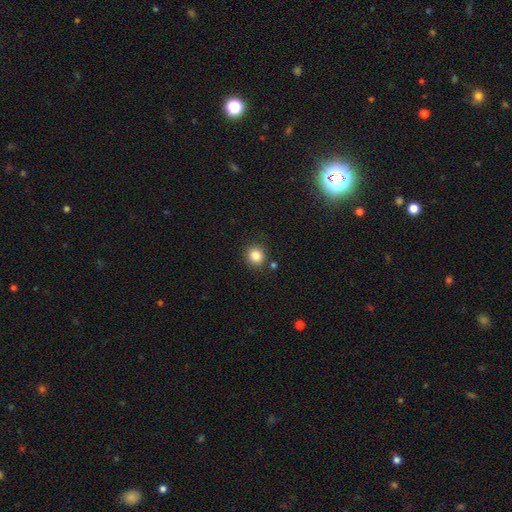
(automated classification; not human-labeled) Smooth or featured: smooth — 85% (star or artifact — 11%)
How rounded: round — 88% (in between — 11%)
Merging: none — 85% (minor disturbance — 8%)